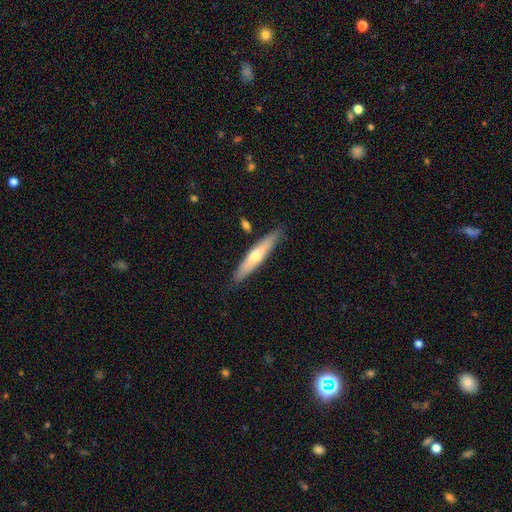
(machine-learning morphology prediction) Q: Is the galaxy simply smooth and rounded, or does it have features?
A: smooth — 48%.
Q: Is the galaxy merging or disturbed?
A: none — 84%.